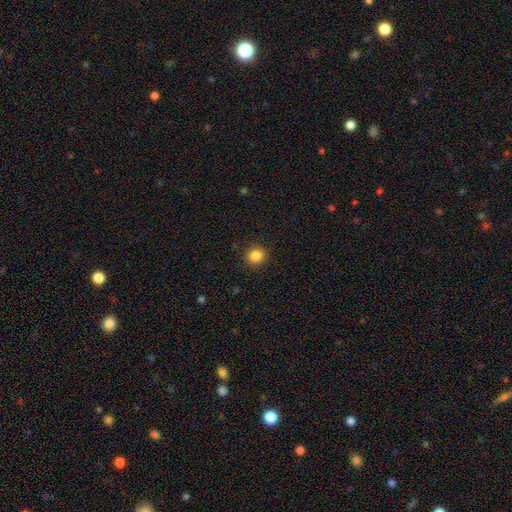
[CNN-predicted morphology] Q: Smooth or featured?
A: smooth (86%); runner-up: star or artifact (10%)
Q: How rounded?
A: round (88%); runner-up: in between (11%)
Q: Merging?
A: none (90%); runner-up: minor disturbance (6%)